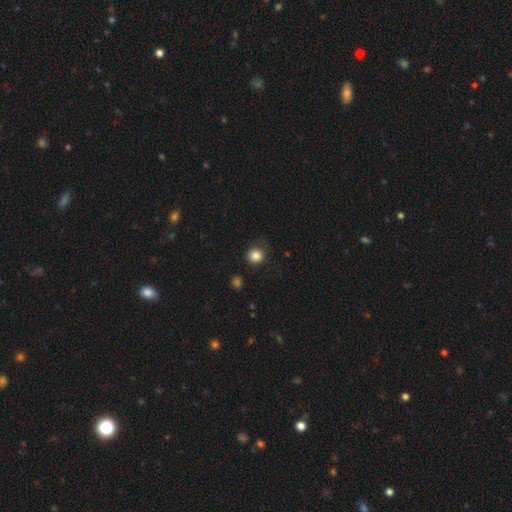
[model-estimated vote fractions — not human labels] Smooth or featured? smooth (85%)
How rounded? round (90%)
Merging? none (80%)